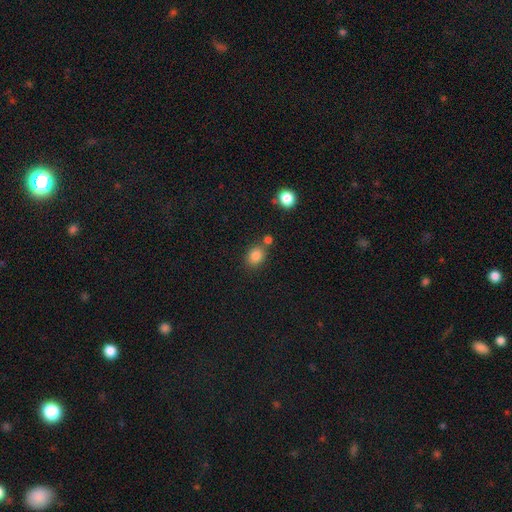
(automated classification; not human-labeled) A smooth galaxy with no disk features (83%) that is round (55%). Merging: none (69%).